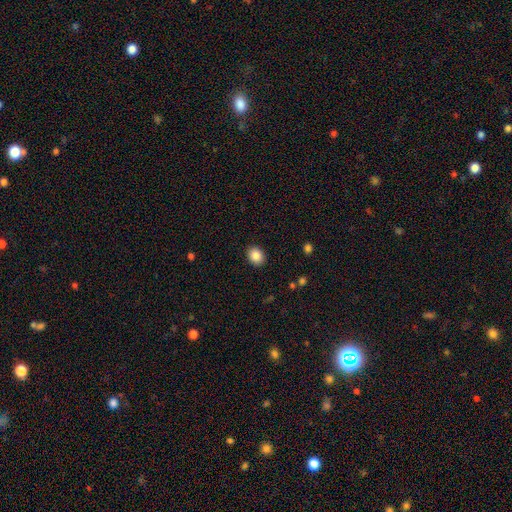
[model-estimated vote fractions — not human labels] A smooth galaxy with no disk features (86%) that is round (52%). Merging: none (90%).